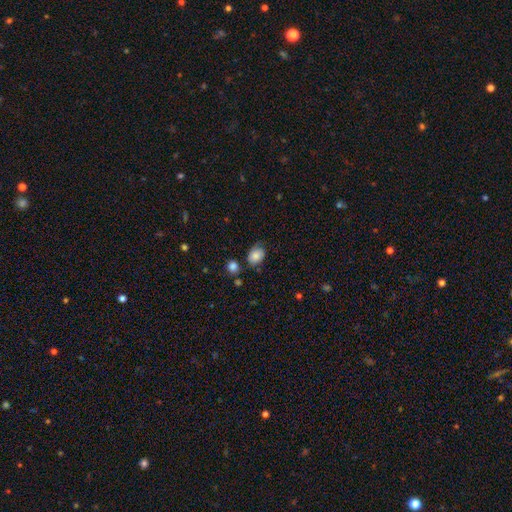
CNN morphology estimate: Smooth or featured: smooth — 79% (featured or disk — 13%)
How rounded: in between — 79% (round — 20%)
Merging: none — 58% (minor disturbance — 29%)